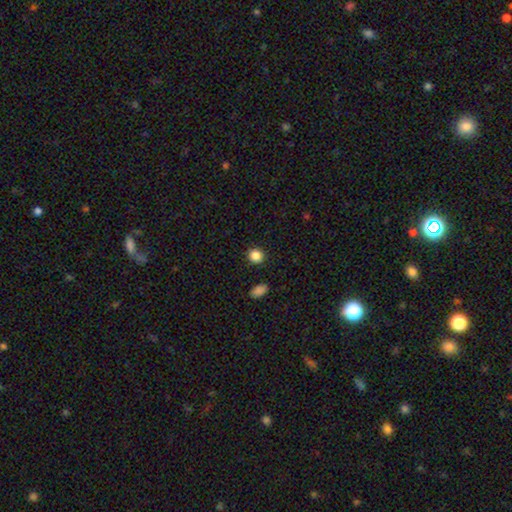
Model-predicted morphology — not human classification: Smooth or featured: smooth — 86% (star or artifact — 11%)
How rounded: round — 85% (in between — 14%)
Merging: none — 91% (minor disturbance — 5%)